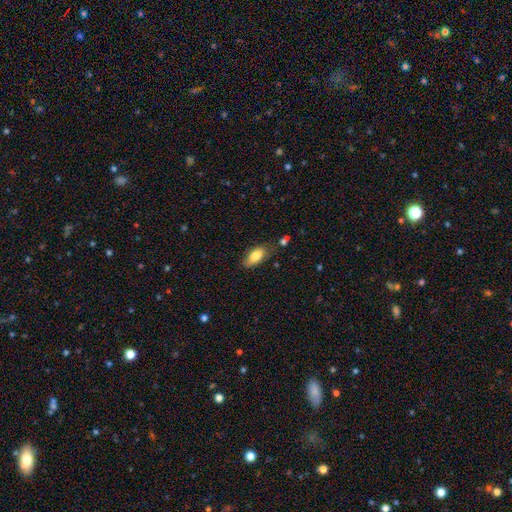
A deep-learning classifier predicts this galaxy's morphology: smooth_or_featured: smooth (p=0.82) [alt: featured or disk p=0.11]
how_rounded: in between (p=0.88) [alt: cigar-shaped p=0.09]
merging: none (p=0.71) [alt: minor disturbance p=0.20]